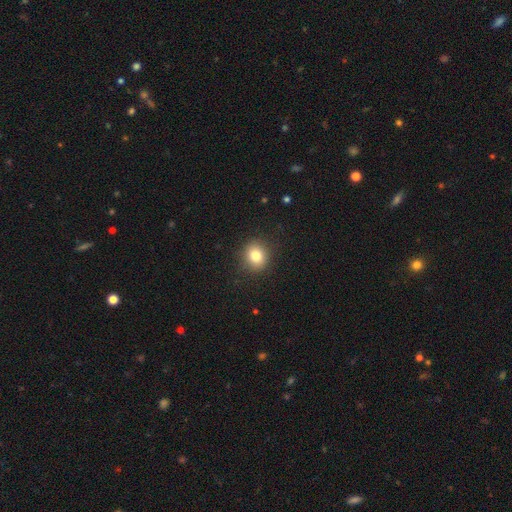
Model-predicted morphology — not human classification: smooth_or_featured: smooth (p=0.82) [alt: star or artifact p=0.11]
how_rounded: round (p=0.79) [alt: in between p=0.20]
merging: none (p=0.89) [alt: minor disturbance p=0.07]